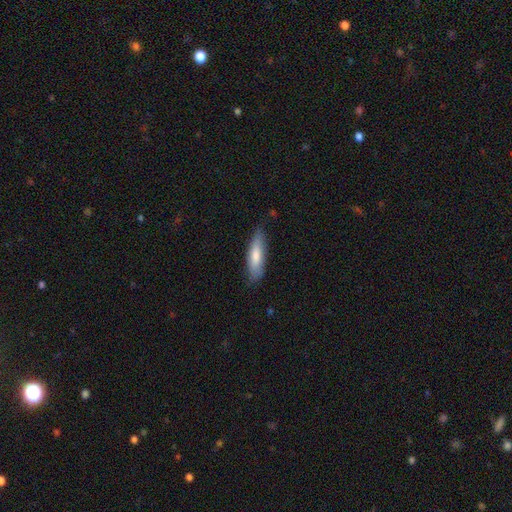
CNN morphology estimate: type=smooth (73%); roundness=cigar-shaped (66%); merging=none (78%).